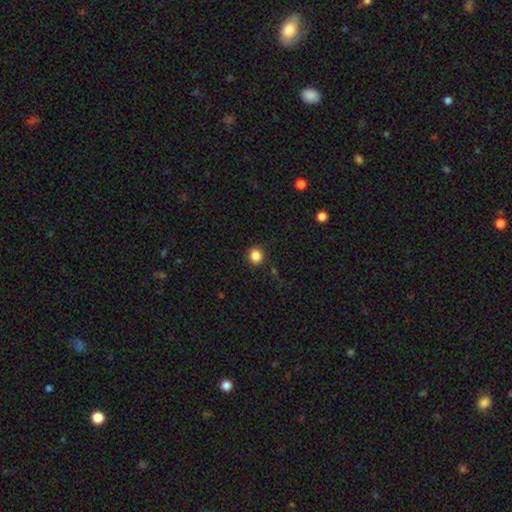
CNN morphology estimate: Q: Smooth or featured?
A: smooth (85%); runner-up: star or artifact (11%)
Q: How rounded?
A: round (88%); runner-up: in between (11%)
Q: Merging?
A: none (89%); runner-up: minor disturbance (7%)